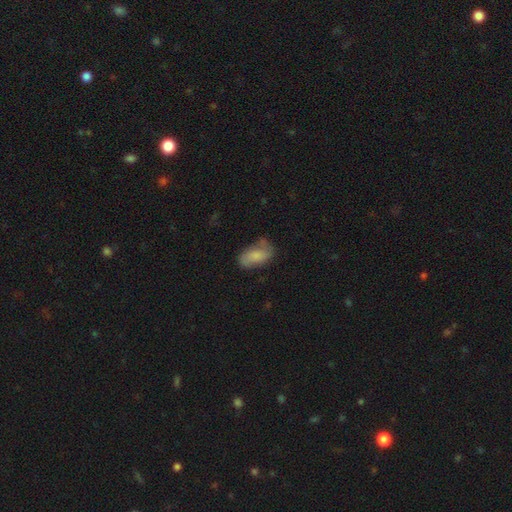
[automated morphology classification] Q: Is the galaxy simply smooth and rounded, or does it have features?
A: smooth — 72%.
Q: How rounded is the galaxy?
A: in between — 92%.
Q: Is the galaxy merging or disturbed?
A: none — 54%.